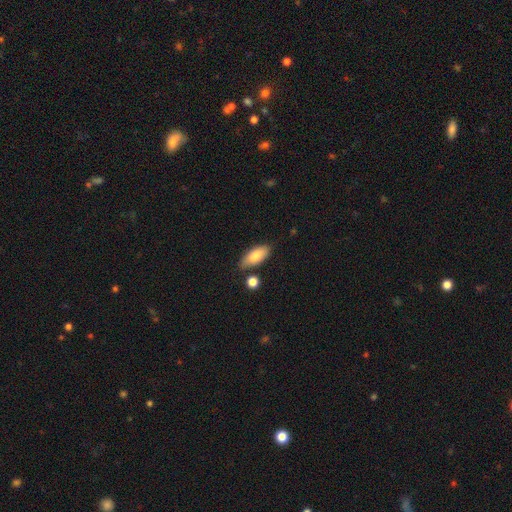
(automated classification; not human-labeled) smooth 83%, featured or disk 10%, star or artifact 6%. Down the decision tree: how rounded — in between (85%); merging — none (75%).